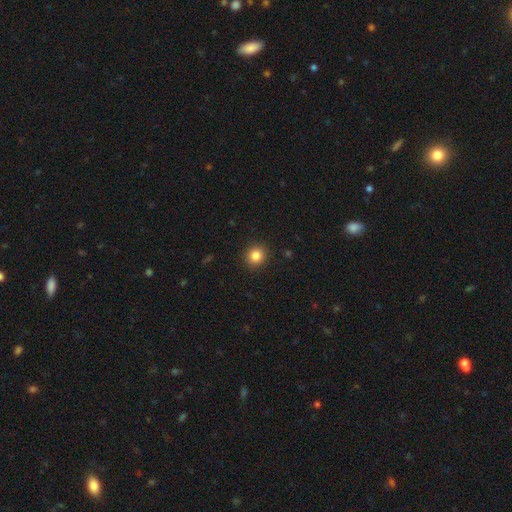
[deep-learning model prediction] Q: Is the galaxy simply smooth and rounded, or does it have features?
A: smooth — 84%.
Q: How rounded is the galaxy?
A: round — 91%.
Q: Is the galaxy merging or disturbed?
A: none — 92%.